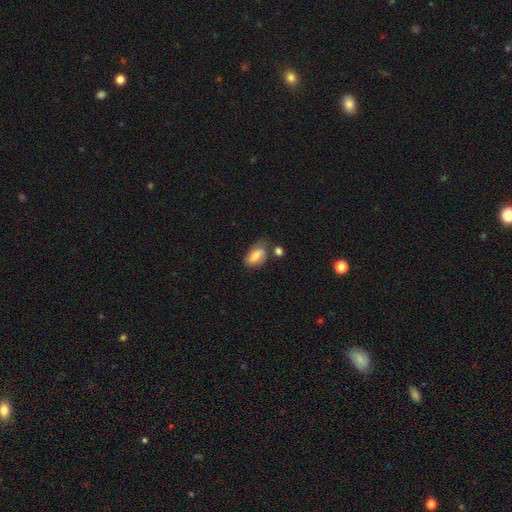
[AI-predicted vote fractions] smooth 73%, featured or disk 20%, star or artifact 8%. Down the decision tree: how rounded — in between (91%); merging — none (49%).